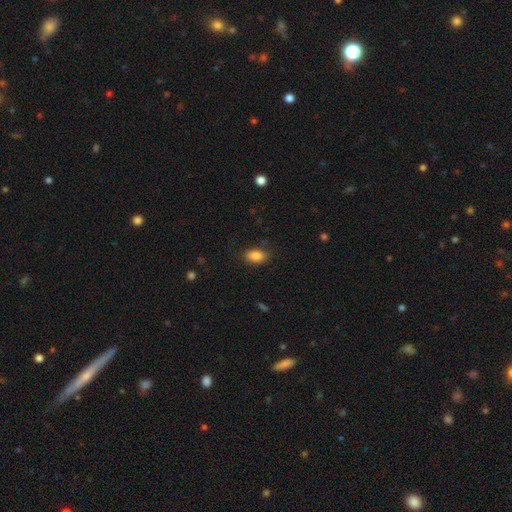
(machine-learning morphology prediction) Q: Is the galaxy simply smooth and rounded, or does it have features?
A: smooth — 86%.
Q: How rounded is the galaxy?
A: in between — 88%.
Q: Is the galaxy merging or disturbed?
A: none — 83%.